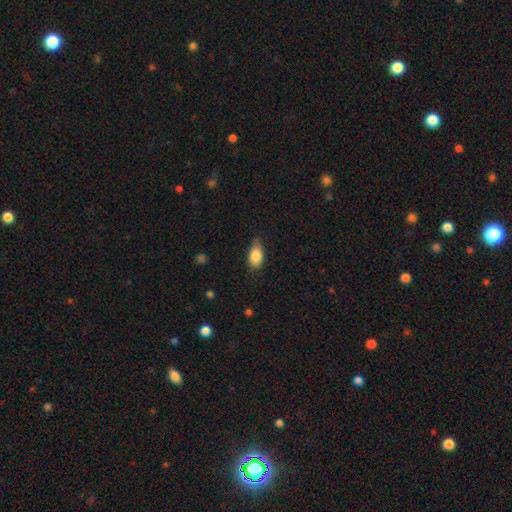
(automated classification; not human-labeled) Smooth or featured?
  - smooth: 85% *
  - star or artifact: 7%
  - featured or disk: 7%
How rounded?
  - in between: 90% *
  - round: 7%
  - cigar-shaped: 3%
Merging?
  - none: 68% *
  - minor disturbance: 27%
  - major disturbance: 4%
  - merger: 1%